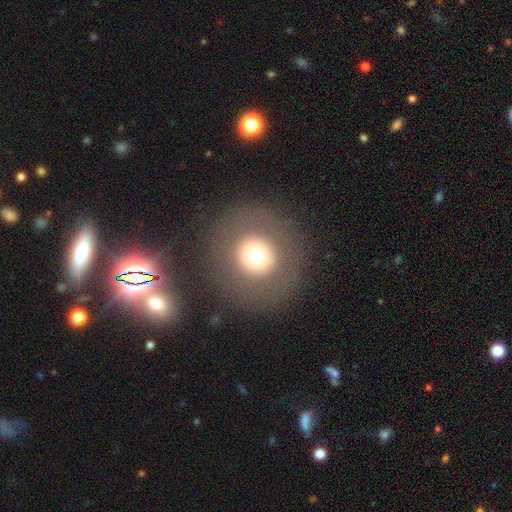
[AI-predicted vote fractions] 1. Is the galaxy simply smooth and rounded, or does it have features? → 64% smooth, 22% featured or disk, 13% star or artifact.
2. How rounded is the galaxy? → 92% round, 7% in between, 1% cigar-shaped.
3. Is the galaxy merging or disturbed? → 85% none, 7% minor disturbance, 7% major disturbance, 2% merger.